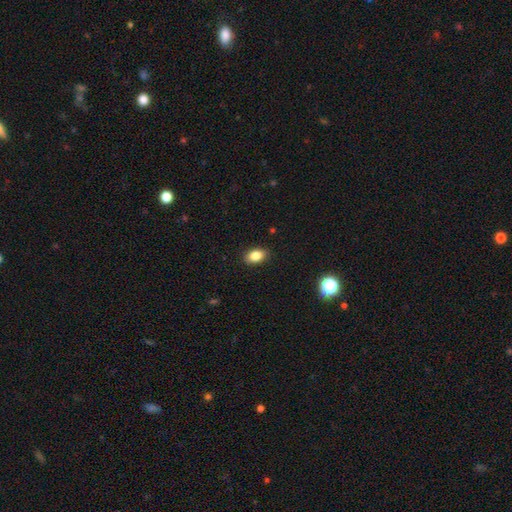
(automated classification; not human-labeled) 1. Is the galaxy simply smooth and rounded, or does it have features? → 84% smooth, 9% star or artifact, 7% featured or disk.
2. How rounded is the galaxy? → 86% in between, 13% round, 2% cigar-shaped.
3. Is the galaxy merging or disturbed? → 88% none, 9% minor disturbance, 2% major disturbance, 1% merger.